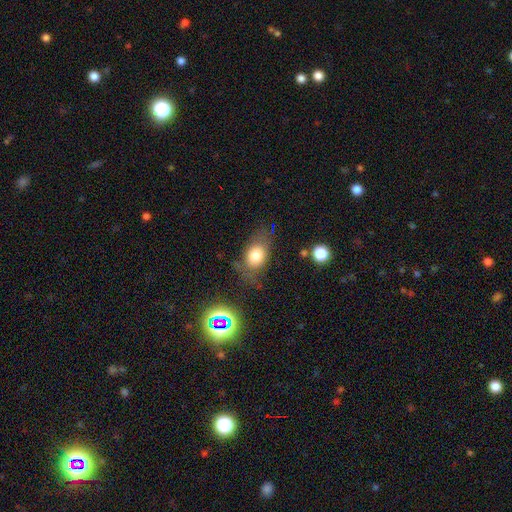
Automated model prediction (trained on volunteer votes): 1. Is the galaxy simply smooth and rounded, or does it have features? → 74% smooth, 15% featured or disk, 11% star or artifact.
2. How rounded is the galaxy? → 74% in between, 24% round, 2% cigar-shaped.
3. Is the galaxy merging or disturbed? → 61% none, 23% minor disturbance, 11% major disturbance, 4% merger.